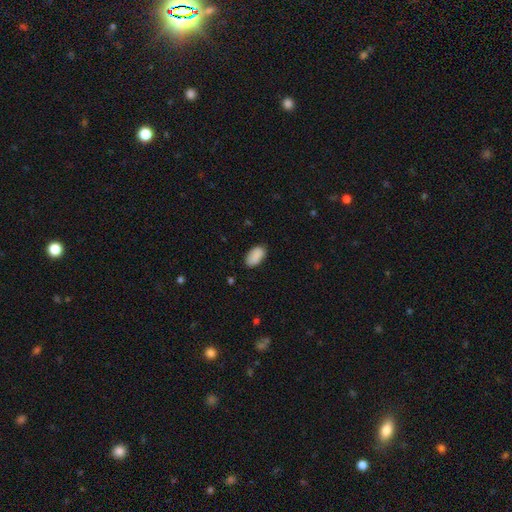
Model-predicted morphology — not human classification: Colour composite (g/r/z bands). It shows a smooth galaxy with no disk features (89%) that is in between round and cigar-shaped (95%). Merging: none (83%).